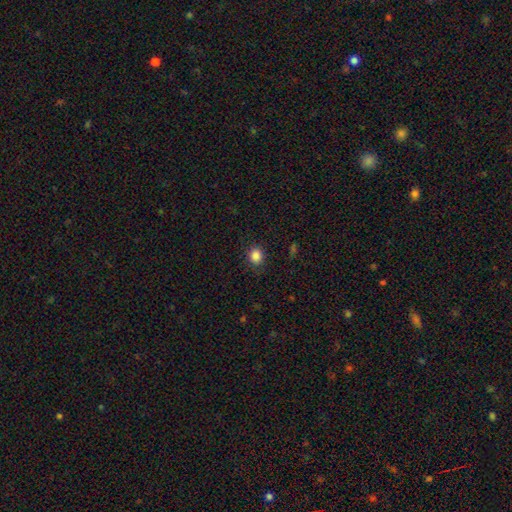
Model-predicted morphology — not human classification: smooth 85%, star or artifact 11%, featured or disk 4%. Down the decision tree: how rounded — round (69%); merging — none (85%).